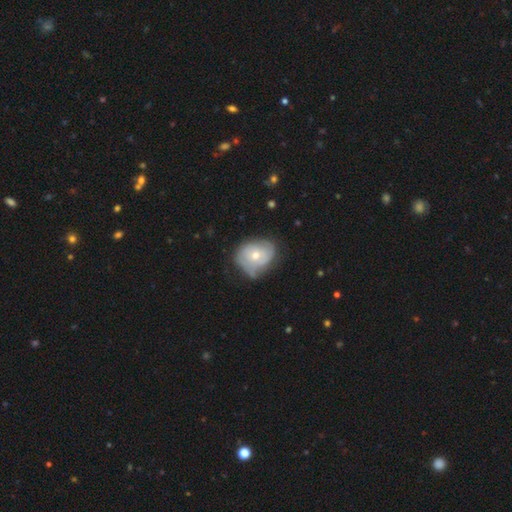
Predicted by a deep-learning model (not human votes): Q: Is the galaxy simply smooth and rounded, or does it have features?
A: featured or disk — 52%.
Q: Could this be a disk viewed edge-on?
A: no — 96%.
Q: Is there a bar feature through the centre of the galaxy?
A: no — 84%.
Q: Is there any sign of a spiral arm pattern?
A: yes — 62%.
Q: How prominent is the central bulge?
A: moderate — 60%.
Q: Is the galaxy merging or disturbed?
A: none — 49%.